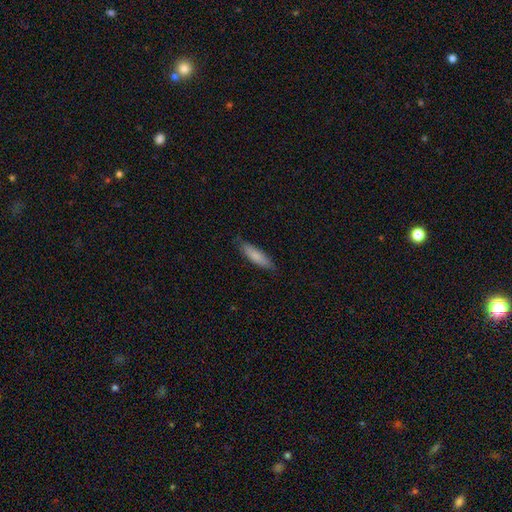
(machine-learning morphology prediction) This is clearly a smooth galaxy (81%). How rounded: possibly cigar-shaped (57%). Merging: likely none (79%).